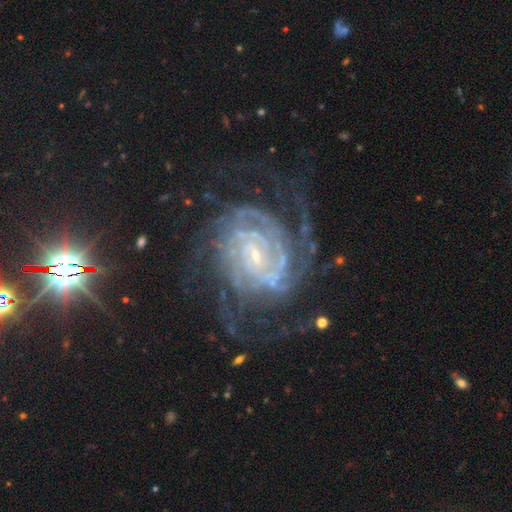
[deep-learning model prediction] featured or disk 89%, star or artifact 7%, smooth 4%. Down the decision tree: edge-on disk — no (97%); bar — weak (44%); spiral arms — yes (98%); spiral arm count — 2 (27%); spiral winding — tight (69%); bulge size — small (78%); merging — none (68%).